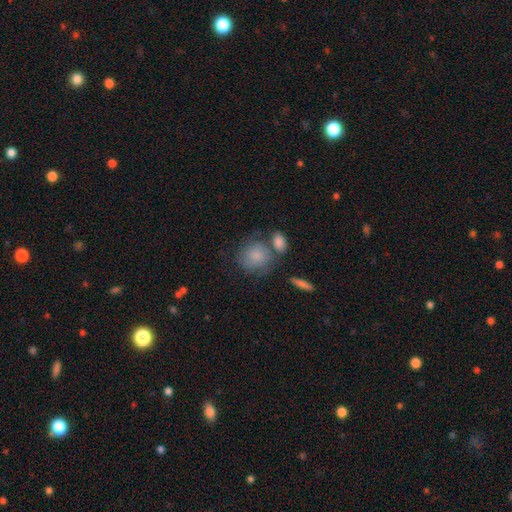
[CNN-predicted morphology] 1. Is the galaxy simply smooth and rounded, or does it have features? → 73% smooth, 19% featured or disk, 8% star or artifact.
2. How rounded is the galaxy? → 69% round, 29% in between, 1% cigar-shaped.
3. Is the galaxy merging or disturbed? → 51% none, 20% minor disturbance, 18% merger, 11% major disturbance.